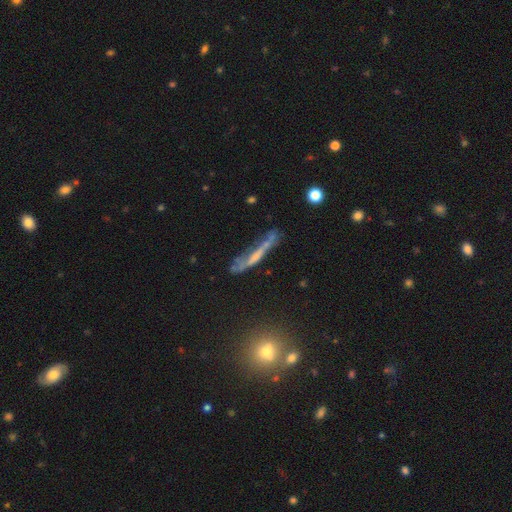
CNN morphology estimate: type=featured or disk (57%); edge-on=yes (69%); merging=none (51%).